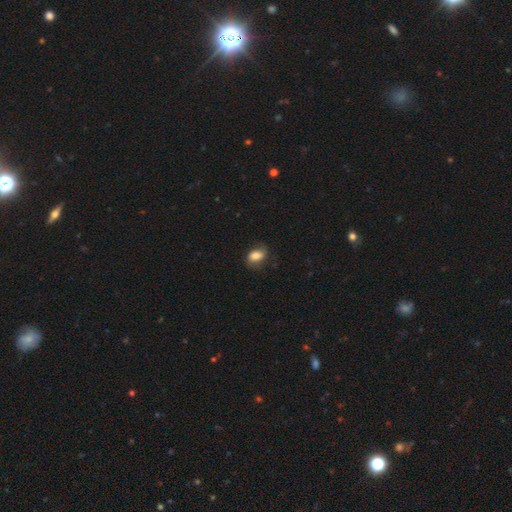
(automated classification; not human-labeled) This appears to be a smooth galaxy with no disk features (77%) that is in between round and cigar-shaped (80%). Merging: none (72%).